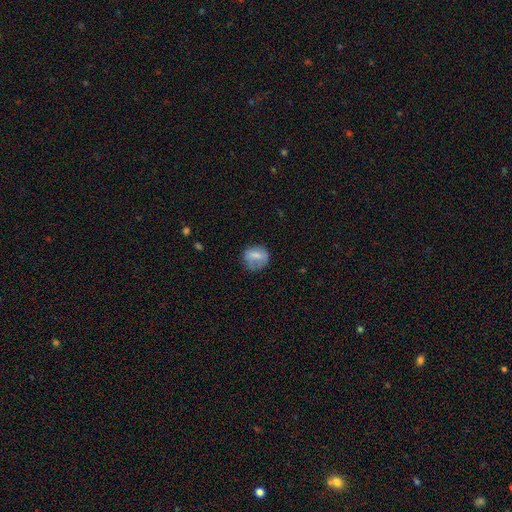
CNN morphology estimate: Q: Smooth or featured?
A: smooth (70%); runner-up: featured or disk (22%)
Q: How rounded?
A: round (74%); runner-up: in between (25%)
Q: Merging?
A: none (66%); runner-up: minor disturbance (22%)